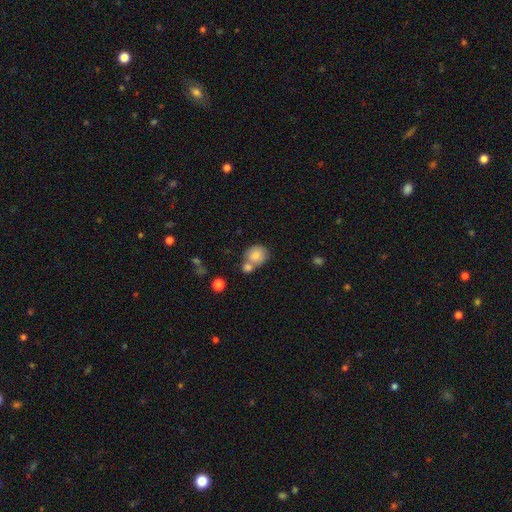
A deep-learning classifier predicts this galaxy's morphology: smooth-or-featured: smooth: 82% | featured or disk: 10% | star or artifact: 9%
  how-rounded: round: 75% | in between: 24% | cigar-shaped: 1%
  merging: none: 44% | merger: 42% | minor disturbance: 11% | major disturbance: 3%